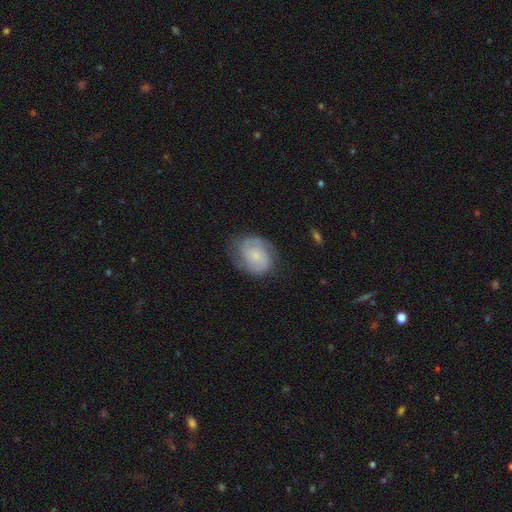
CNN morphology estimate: Q: Smooth or featured?
A: featured or disk (74%); runner-up: smooth (20%)
Q: Edge-on disk?
A: no (98%); runner-up: yes (2%)
Q: Bar?
A: no (68%); runner-up: weak (28%)
Q: Spiral arms?
A: yes (95%); runner-up: no (5%)
Q: Spiral winding?
A: tight (48%); runner-up: medium (40%)
Q: Spiral arm count?
A: 2 (77%); runner-up: can't tell (11%)
Q: Bulge size?
A: small (65%); runner-up: moderate (23%)
Q: Merging?
A: none (74%); runner-up: minor disturbance (18%)